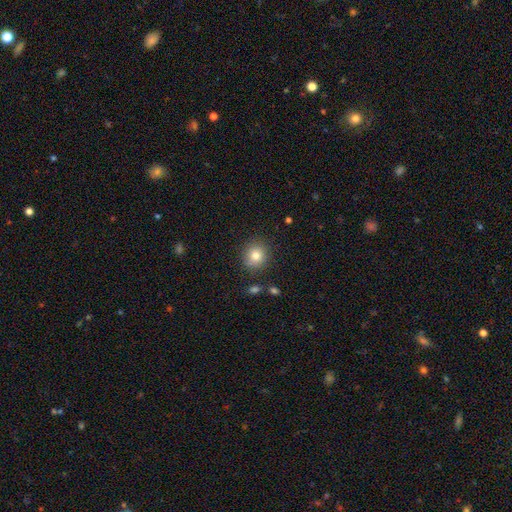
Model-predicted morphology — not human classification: This is clearly a smooth galaxy (81%). How rounded: clearly round (87%). Merging: clearly none (84%).